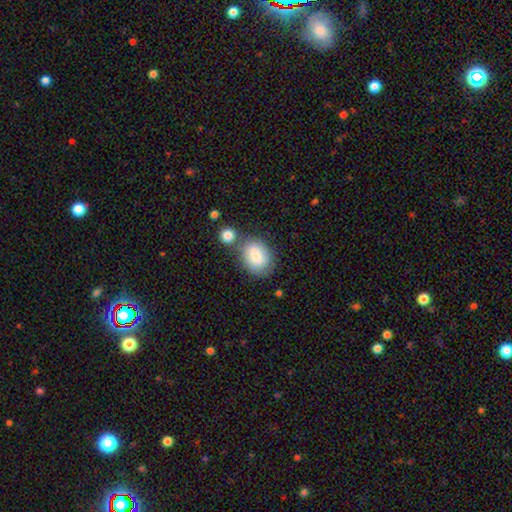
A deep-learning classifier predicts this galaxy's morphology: This appears to be a smooth galaxy with no disk features (82%) that is in between round and cigar-shaped (68%). Merging: none (57%).